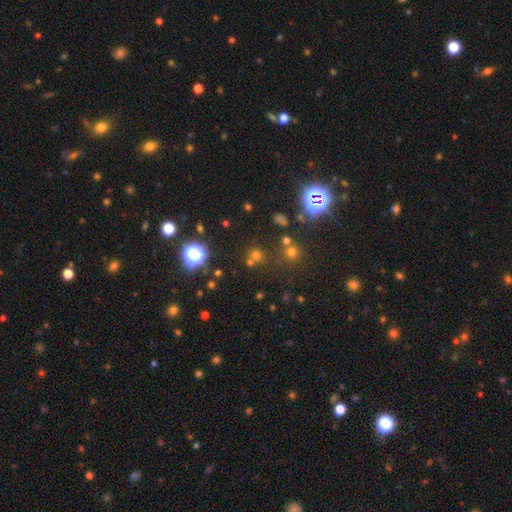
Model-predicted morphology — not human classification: Q: Smooth or featured?
A: smooth (54%); runner-up: star or artifact (37%)
Q: How rounded?
A: round (89%); runner-up: in between (10%)
Q: Merging?
A: none (67%); runner-up: merger (21%)